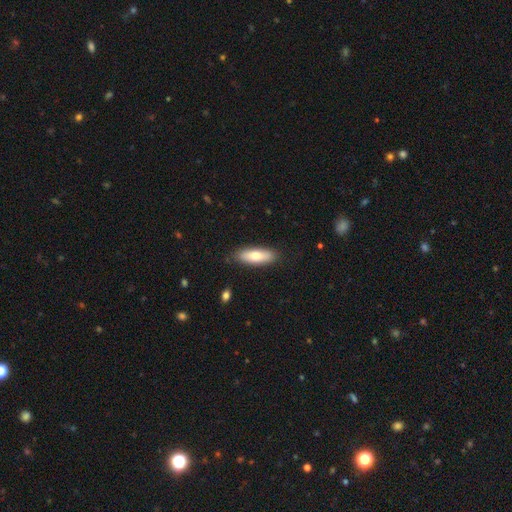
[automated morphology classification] Smooth or featured: smooth — 75% (featured or disk — 20%)
How rounded: in between — 61% (cigar-shaped — 37%)
Merging: none — 85% (minor disturbance — 11%)